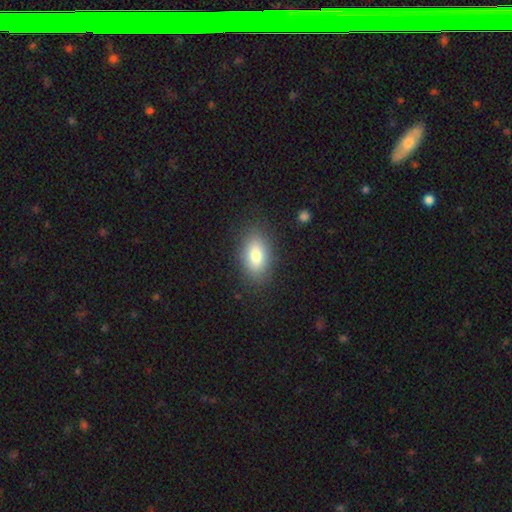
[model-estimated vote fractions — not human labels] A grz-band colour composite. It shows a smooth galaxy with no disk features (81%) that is in between round and cigar-shaped (90%). Merging: none (86%).